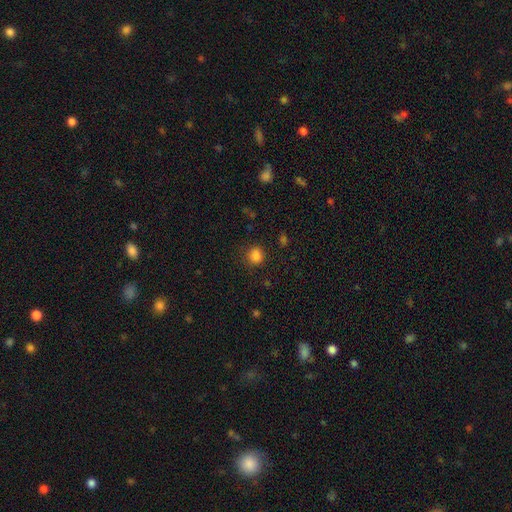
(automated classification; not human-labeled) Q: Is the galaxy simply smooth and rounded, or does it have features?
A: smooth — 84%.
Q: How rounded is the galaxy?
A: round — 82%.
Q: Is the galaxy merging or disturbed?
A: none — 84%.